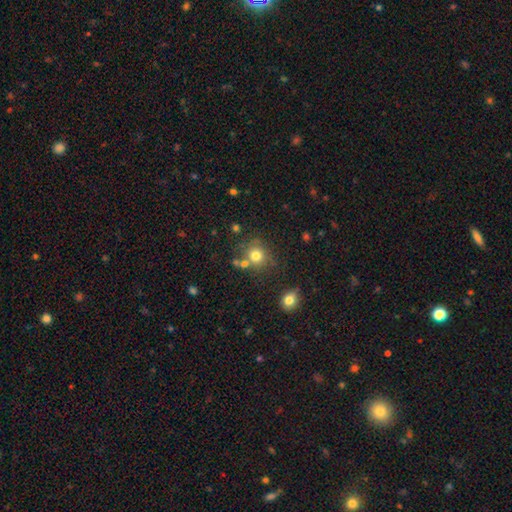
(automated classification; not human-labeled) This appears to be a smooth galaxy with no disk features (76%) that is round (84%). Merging: none (66%).